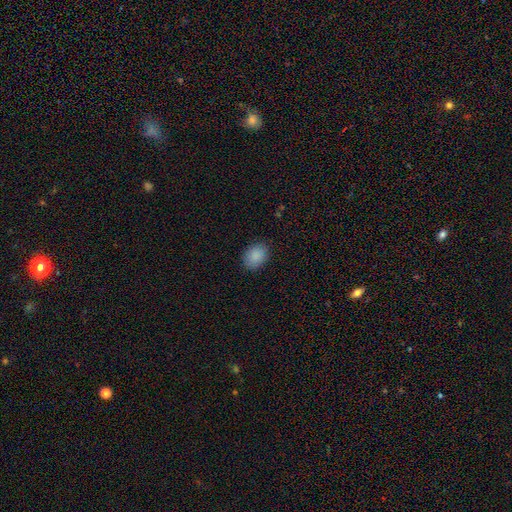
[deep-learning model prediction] smooth 89%, star or artifact 8%, featured or disk 3%. Down the decision tree: how rounded — in between (72%); merging — none (87%).